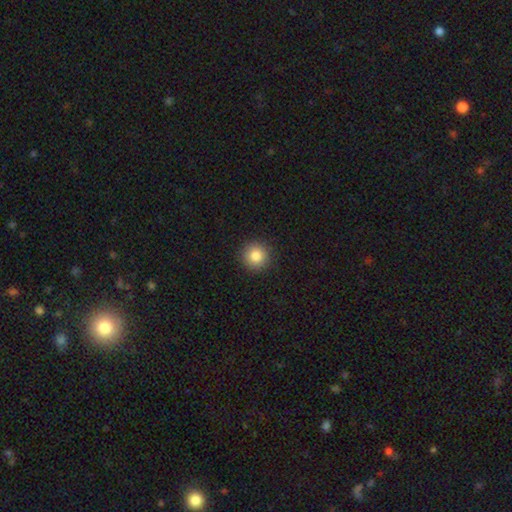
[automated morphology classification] Smooth or featured? Predicted: smooth (p=0.84). How rounded? Predicted: round (p=0.95). Merging? Predicted: none (p=0.92).